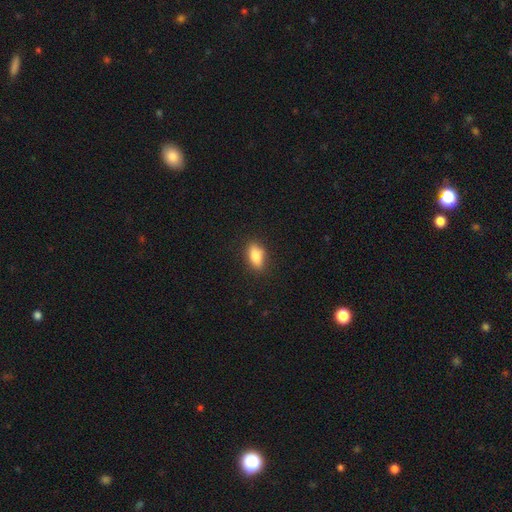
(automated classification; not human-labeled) This appears to be a smooth galaxy with no disk features (83%) that is in between round and cigar-shaped (81%). Merging: none (84%).